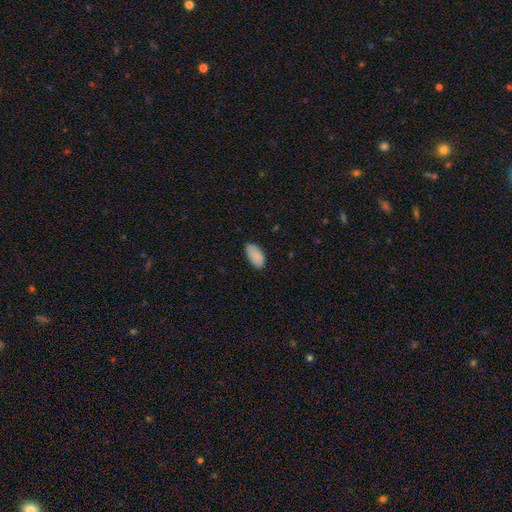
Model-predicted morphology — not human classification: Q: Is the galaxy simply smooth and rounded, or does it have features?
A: smooth — 88%.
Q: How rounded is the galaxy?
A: in between — 94%.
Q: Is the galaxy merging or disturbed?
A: none — 79%.